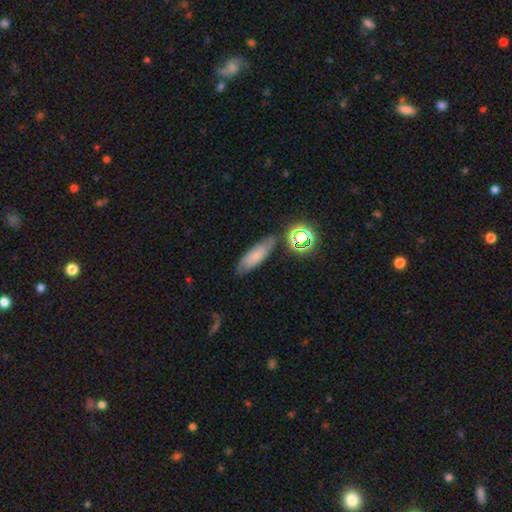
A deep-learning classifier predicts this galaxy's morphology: Smooth or featured? smooth (61%)
How rounded? in between (54%)
Merging? none (73%)